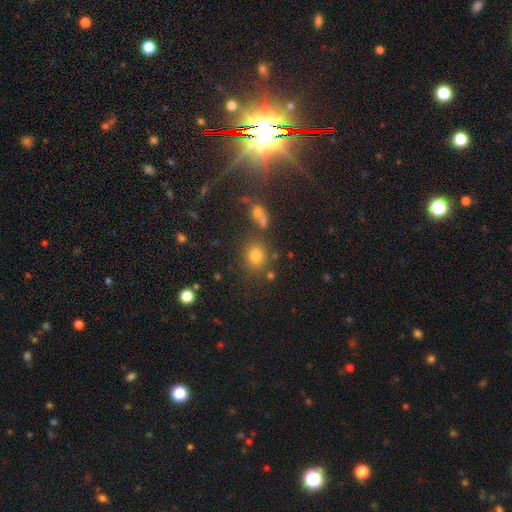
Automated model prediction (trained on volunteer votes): A smooth galaxy with no disk features (75%) that is round (73%).

Vote fractions:
- Smooth or featured? smooth: 75% / star or artifact: 17% / featured or disk: 8%
- How rounded? round: 73% / in between: 26% / cigar-shaped: 1%
- Merging? none: 74% / minor disturbance: 11% / merger: 10% / major disturbance: 5%